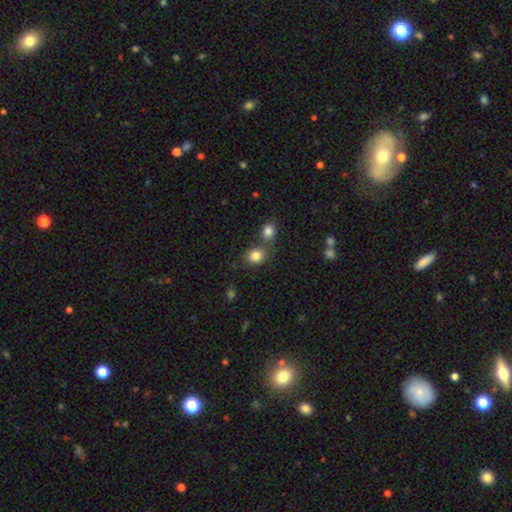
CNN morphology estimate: A smooth galaxy with no disk features (83%) that is round (67%).

Vote fractions:
- Smooth or featured? smooth: 83% / star or artifact: 11% / featured or disk: 6%
- How rounded? round: 67% / in between: 32% / cigar-shaped: 1%
- Merging? none: 57% / merger: 30% / minor disturbance: 10% / major disturbance: 3%